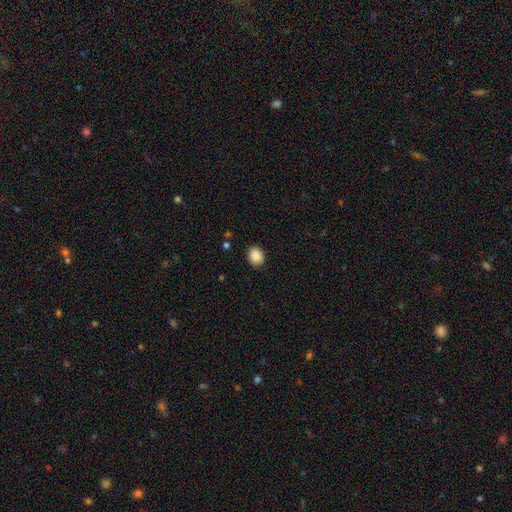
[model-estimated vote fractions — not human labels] A smooth galaxy with no disk features (89%) that is round (53%).

Vote fractions:
- Smooth or featured? smooth: 89% / star or artifact: 8% / featured or disk: 3%
- How rounded? round: 53% / in between: 46% / cigar-shaped: 1%
- Merging? none: 89% / minor disturbance: 8% / major disturbance: 2% / merger: 1%